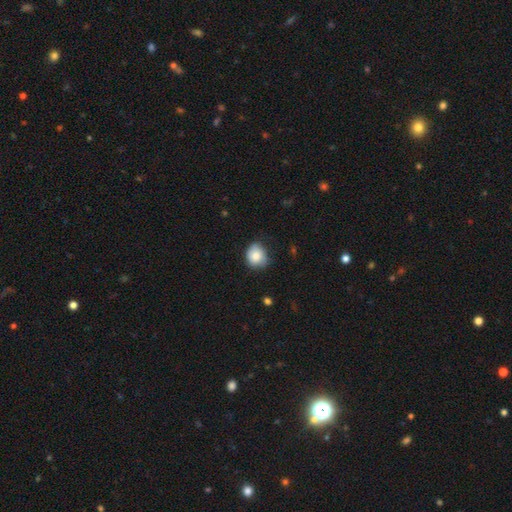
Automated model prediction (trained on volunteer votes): Overall: smooth (81%). How rounded: round (71%). Merging: none (63%; minor disturbance 30%).